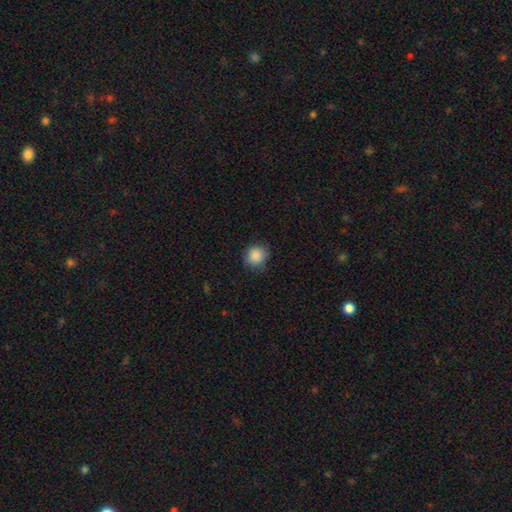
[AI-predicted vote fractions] A smooth galaxy with no disk features (88%) that is round (88%).

Vote fractions:
- Smooth or featured? smooth: 88% / star or artifact: 9% / featured or disk: 3%
- How rounded? round: 88% / in between: 11% / cigar-shaped: 1%
- Merging? none: 84% / minor disturbance: 12% / major disturbance: 3% / merger: 1%